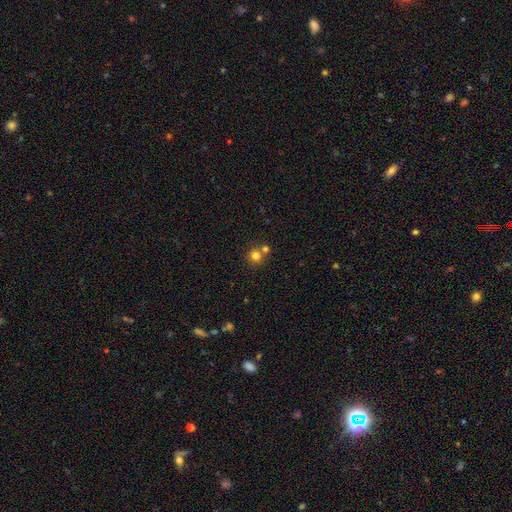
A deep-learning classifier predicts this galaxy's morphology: smooth_or_featured: smooth (p=0.79) [alt: star or artifact p=0.13]
how_rounded: round (p=0.91) [alt: in between p=0.08]
merging: none (p=0.61) [alt: merger p=0.30]